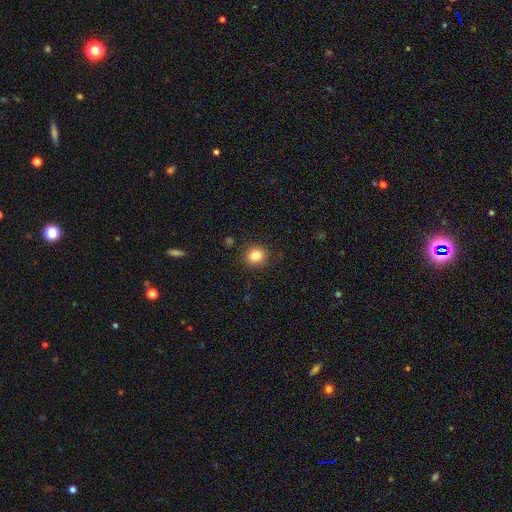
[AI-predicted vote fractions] Smooth or featured?
  - smooth: 84% *
  - star or artifact: 11%
  - featured or disk: 6%
How rounded?
  - round: 82% *
  - in between: 17%
  - cigar-shaped: 1%
Merging?
  - none: 89% *
  - minor disturbance: 7%
  - major disturbance: 2%
  - merger: 1%